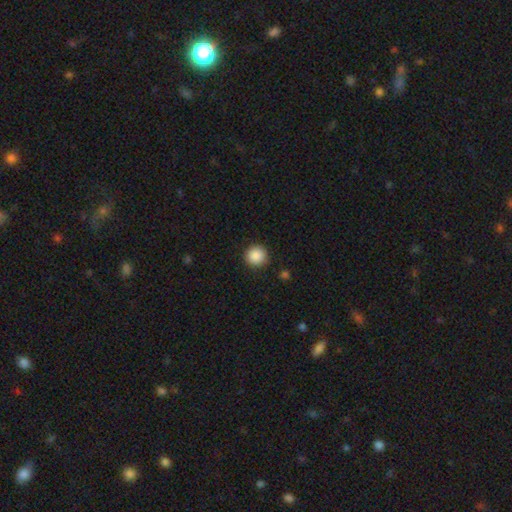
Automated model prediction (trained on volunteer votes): smooth_or_featured: smooth (p=0.89) [alt: star or artifact p=0.09]
how_rounded: round (p=0.95) [alt: in between p=0.04]
merging: none (p=0.91) [alt: minor disturbance p=0.06]